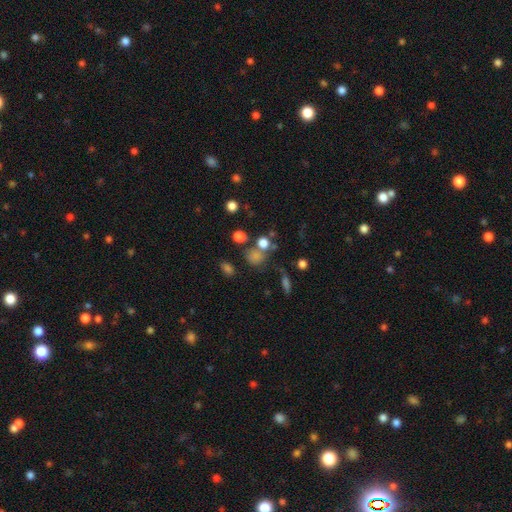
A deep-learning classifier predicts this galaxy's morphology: Smooth or featured? Predicted: smooth (p=0.57). How rounded? Predicted: round (p=0.74). Merging? Predicted: none (p=0.60).